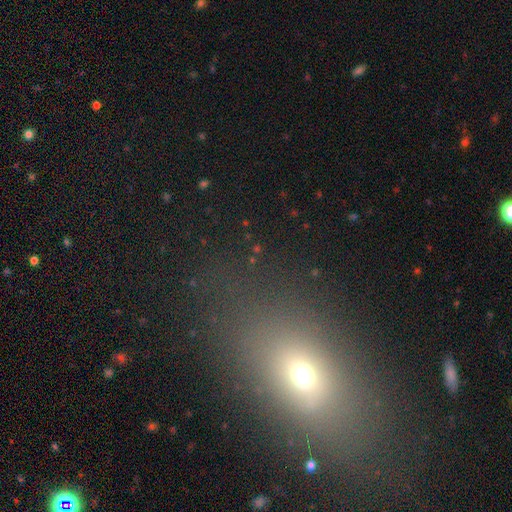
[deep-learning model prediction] This appears to be a smooth galaxy with no disk features (53%) that is in between round and cigar-shaped (62%). Merging: none (82%).